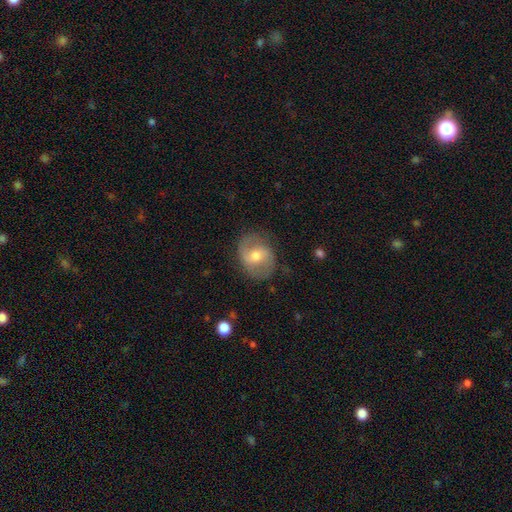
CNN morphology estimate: Smooth or featured: featured or disk — 66% (smooth — 27%)
Edge-on disk: no — 97% (yes — 3%)
Bar: weak — 48% (no — 33%)
Spiral arms: yes — 84% (no — 16%)
Spiral winding: medium — 47% (loose — 34%)
Spiral arm count: 2 — 86% (can't tell — 7%)
Bulge size: moderate — 65% (small — 30%)
Merging: none — 78% (minor disturbance — 16%)